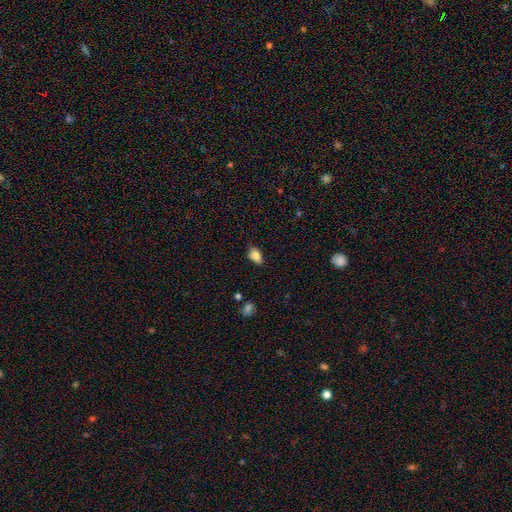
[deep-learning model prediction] This is clearly a smooth galaxy (82%). How rounded: clearly in between (87%). Merging: likely none (79%).